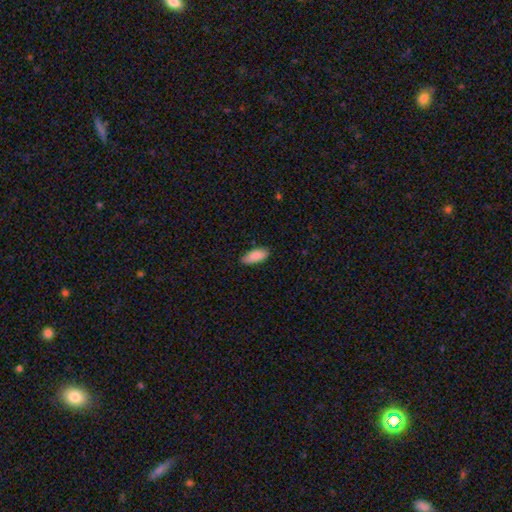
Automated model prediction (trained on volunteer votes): The model was most divided on "merging": none: 80%, minor disturbance: 17%, major disturbance: 2%, merger: 1%. More confident: smooth or featured — smooth (88%); how rounded — in between (84%).